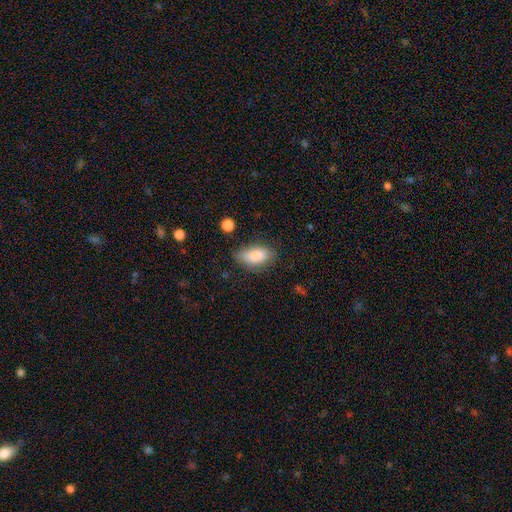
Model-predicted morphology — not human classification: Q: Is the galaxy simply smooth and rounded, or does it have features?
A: smooth — 86%.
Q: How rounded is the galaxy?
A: in between — 89%.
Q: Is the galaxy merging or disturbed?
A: none — 73%.